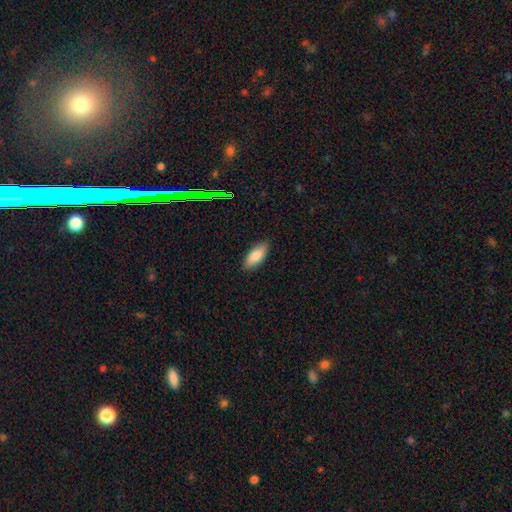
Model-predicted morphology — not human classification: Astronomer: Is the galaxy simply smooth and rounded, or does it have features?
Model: smooth — 83%.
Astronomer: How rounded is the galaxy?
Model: in between — 81%.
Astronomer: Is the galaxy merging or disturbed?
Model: none — 87%.